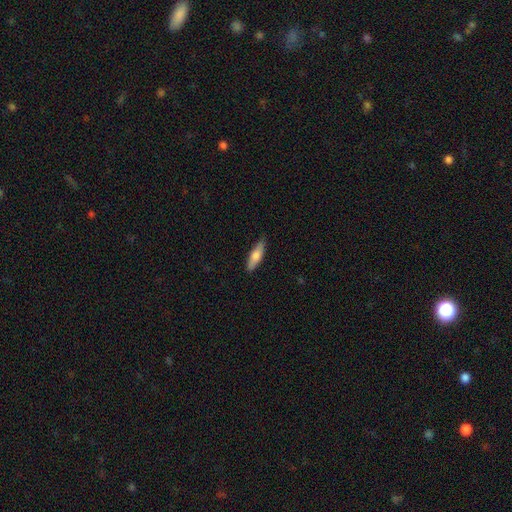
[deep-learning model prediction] Smooth or featured? Predicted: smooth (p=0.68). How rounded? Predicted: cigar-shaped (p=0.58). Merging? Predicted: none (p=0.85).